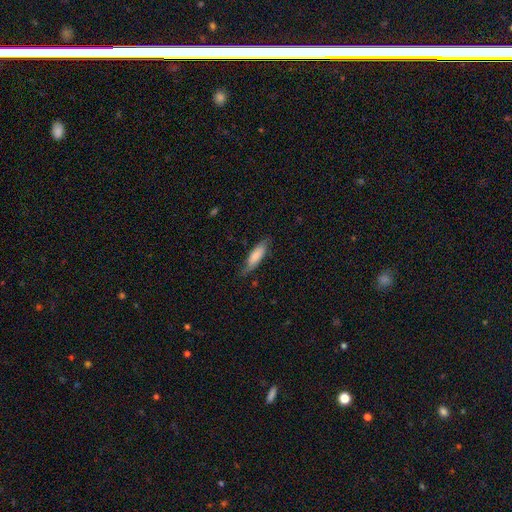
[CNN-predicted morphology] smooth 73%, featured or disk 21%, star or artifact 6%. Down the decision tree: how rounded — in between (52%); merging — none (71%).